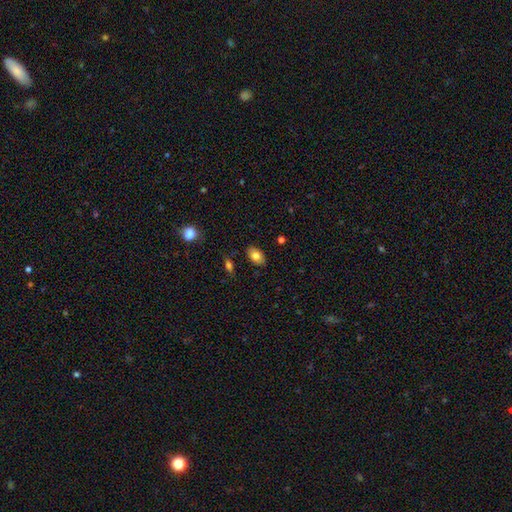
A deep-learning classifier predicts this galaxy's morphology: This is likely a smooth galaxy (80%). How rounded: clearly in between (90%). Merging: clearly none (86%).